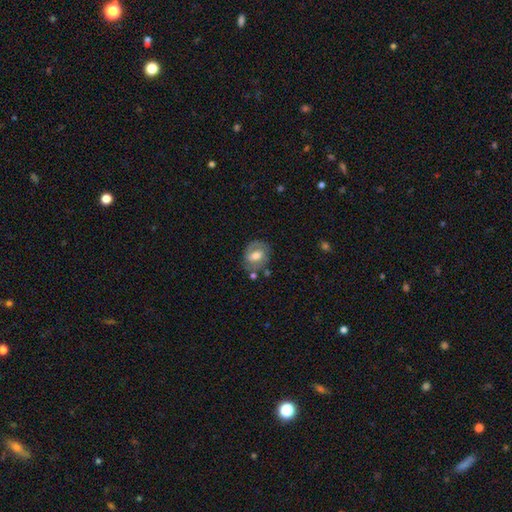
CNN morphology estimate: Overall: featured or disk (53%; smooth 40%). Edge-on disk: no (96%). Bar: weak (47%; no 34%). Spiral arms: yes (72%). Bulge size: moderate (61%; large 22%). Merging: none (68%).